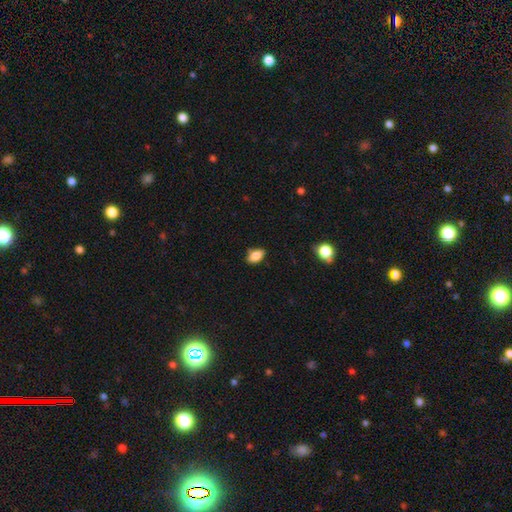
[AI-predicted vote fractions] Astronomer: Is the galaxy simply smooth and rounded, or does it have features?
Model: smooth — 83%.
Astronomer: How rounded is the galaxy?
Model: in between — 89%.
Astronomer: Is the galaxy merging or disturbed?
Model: none — 80%.